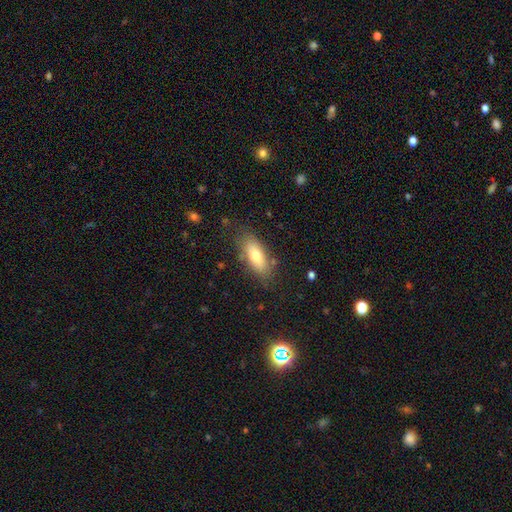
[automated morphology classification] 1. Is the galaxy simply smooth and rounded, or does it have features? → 76% smooth, 17% featured or disk, 7% star or artifact.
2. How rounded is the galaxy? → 75% in between, 22% cigar-shaped, 2% round.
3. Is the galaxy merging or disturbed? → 79% none, 14% minor disturbance, 4% major disturbance, 2% merger.